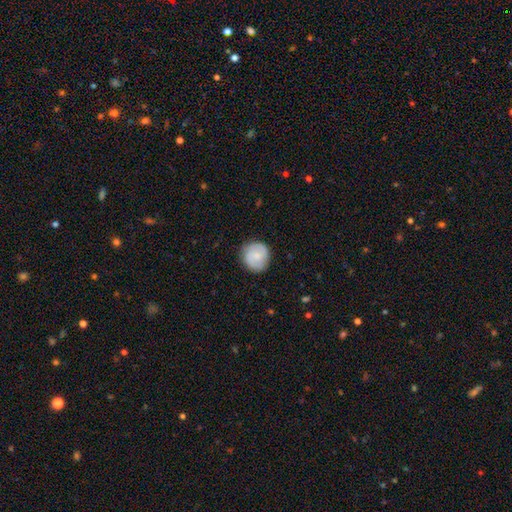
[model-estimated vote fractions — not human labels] Smooth or featured? Predicted: smooth (p=0.61). How rounded? Predicted: round (p=0.90). Merging? Predicted: none (p=0.84).